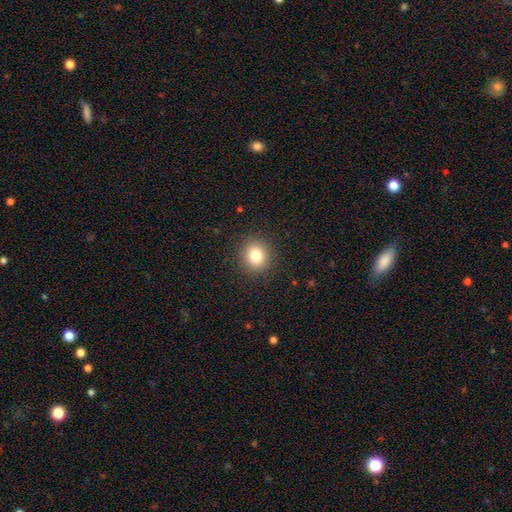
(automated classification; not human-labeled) smooth 81%, star or artifact 12%, featured or disk 7%. Down the decision tree: how rounded — round (84%); merging — none (90%).